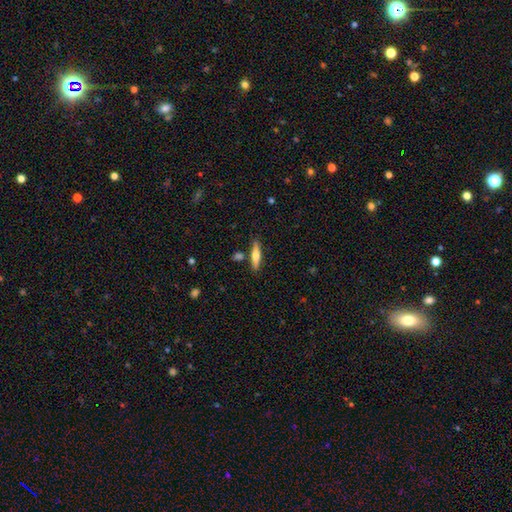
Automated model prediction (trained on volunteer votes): A smooth galaxy with no disk features (56%) that is cigar-shaped (78%).

Vote fractions:
- Smooth or featured? smooth: 56% / featured or disk: 38% / star or artifact: 6%
- How rounded? cigar-shaped: 78% / in between: 20% / round: 2%
- Merging? none: 81% / minor disturbance: 10% / merger: 6% / major disturbance: 2%